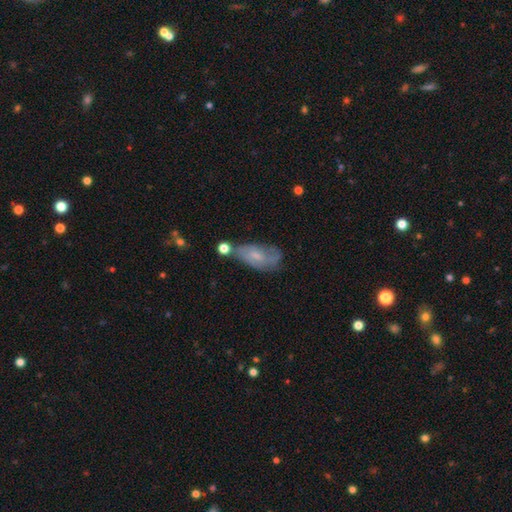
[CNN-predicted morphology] Smooth or featured? Predicted: featured or disk (p=0.53). Edge-on disk? Predicted: no (p=0.90). Merging? Predicted: none (p=0.46).